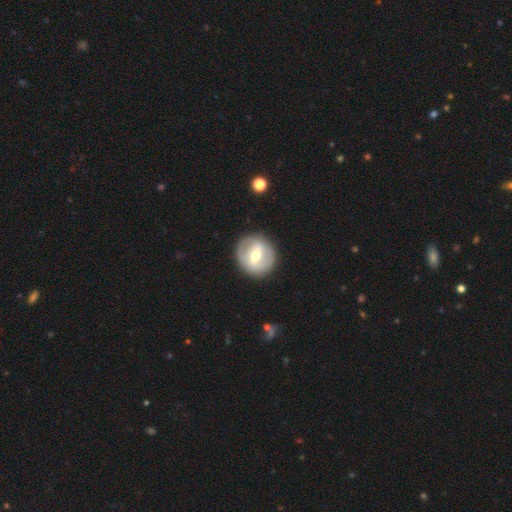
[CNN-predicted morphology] The model was most divided on "spiral arms": no: 53%, yes: 47%. Remaining: edge-on disk — no (95%); merging — none (87%); bulge size — moderate (71%); smooth or featured — featured or disk (62%); bar — strong (46%).